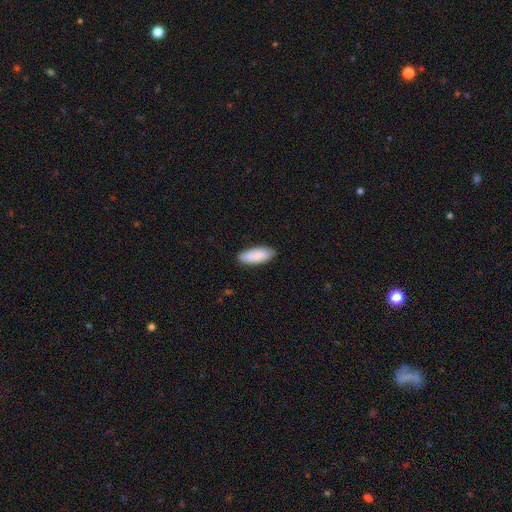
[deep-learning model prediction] Smooth or featured: smooth — 78% (featured or disk — 16%)
How rounded: in between — 78% (cigar-shaped — 20%)
Merging: none — 79% (minor disturbance — 16%)